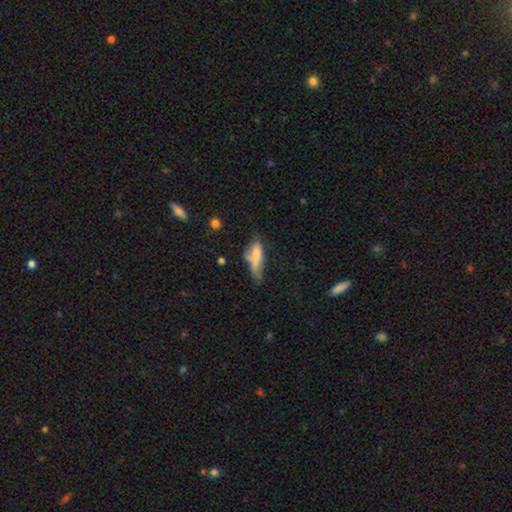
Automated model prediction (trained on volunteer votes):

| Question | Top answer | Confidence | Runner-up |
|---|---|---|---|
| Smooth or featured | smooth | 70% | featured or disk (21%) |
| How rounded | in between | 55% | cigar-shaped (42%) |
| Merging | minor disturbance | 35% | none (29%) |